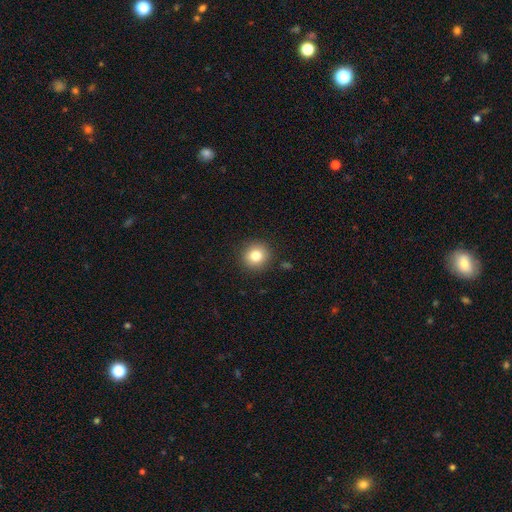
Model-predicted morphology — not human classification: smooth 81%, star or artifact 10%, featured or disk 8%. Down the decision tree: how rounded — round (92%); merging — none (90%).